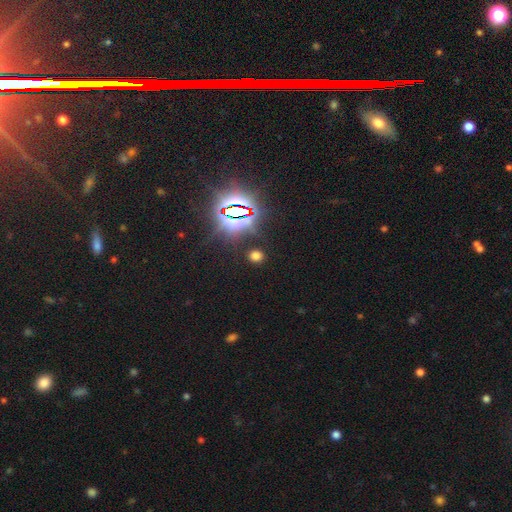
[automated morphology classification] Overall: smooth (58%; star or artifact 36%). How rounded: round (70%). Merging: none (88%).